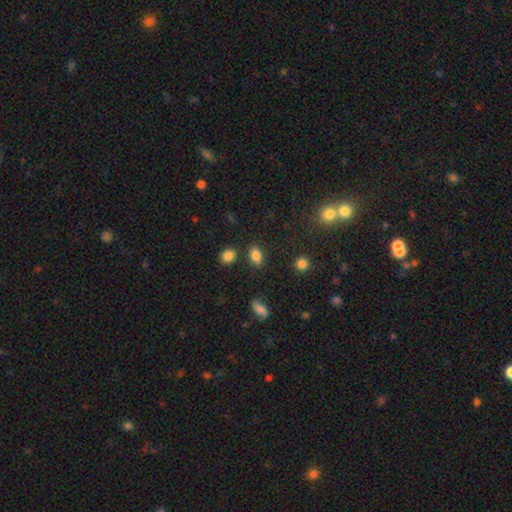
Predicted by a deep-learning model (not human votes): Q: Smooth or featured?
A: smooth (84%); runner-up: star or artifact (10%)
Q: How rounded?
A: in between (84%); runner-up: round (14%)
Q: Merging?
A: none (80%); runner-up: minor disturbance (11%)